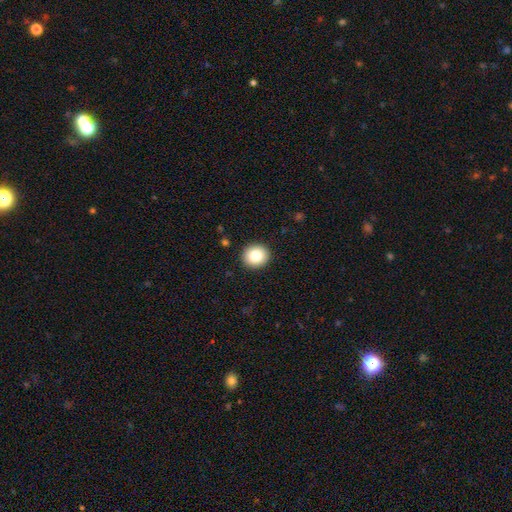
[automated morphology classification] smooth-or-featured: smooth: 84% | star or artifact: 9% | featured or disk: 7%
  how-rounded: round: 86% | in between: 14% | cigar-shaped: 1%
  merging: none: 92% | minor disturbance: 6% | major disturbance: 2% | merger: 1%